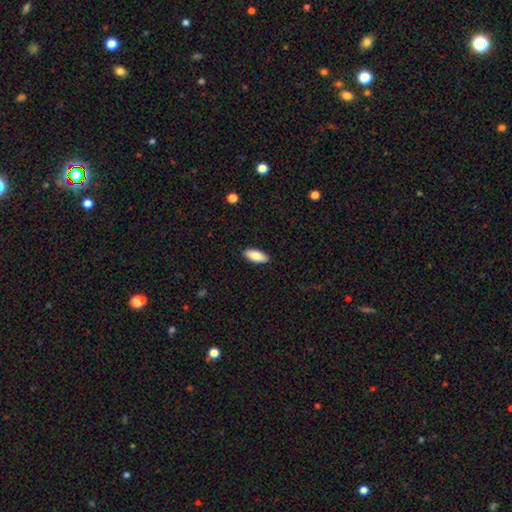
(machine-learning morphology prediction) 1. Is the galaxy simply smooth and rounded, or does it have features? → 82% smooth, 12% featured or disk, 6% star or artifact.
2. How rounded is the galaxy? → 87% in between, 11% cigar-shaped, 2% round.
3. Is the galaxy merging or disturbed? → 90% none, 8% minor disturbance, 2% major disturbance, 1% merger.